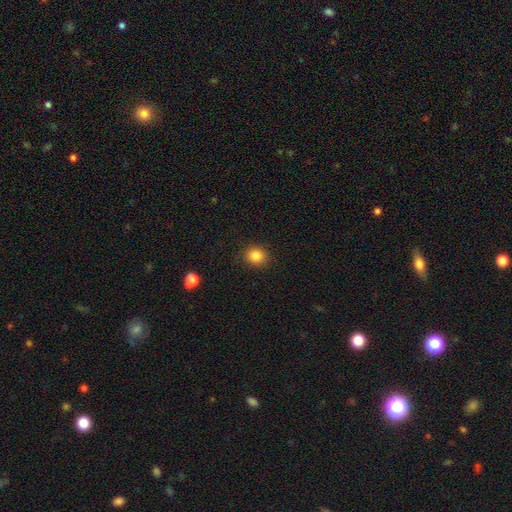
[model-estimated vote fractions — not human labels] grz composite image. It shows a smooth galaxy with no disk features (85%) that is round (76%). Merging: none (88%).